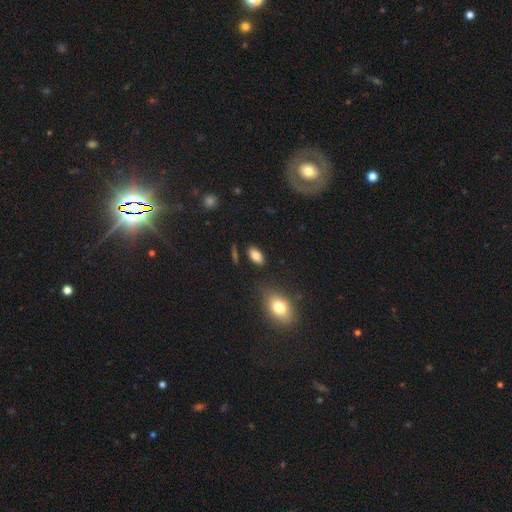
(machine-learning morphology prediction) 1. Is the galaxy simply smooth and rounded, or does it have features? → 83% smooth, 9% featured or disk, 8% star or artifact.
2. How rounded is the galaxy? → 91% in between, 5% round, 4% cigar-shaped.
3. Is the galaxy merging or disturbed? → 84% none, 10% minor disturbance, 3% merger, 3% major disturbance.